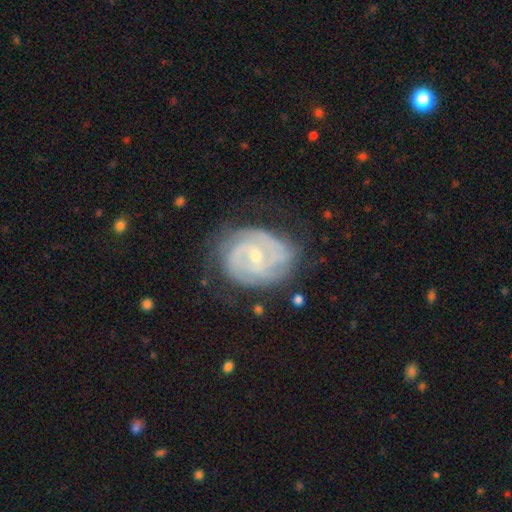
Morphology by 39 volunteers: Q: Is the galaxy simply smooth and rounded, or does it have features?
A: featured or disk — 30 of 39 (77%).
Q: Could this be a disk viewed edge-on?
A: no — 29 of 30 (97%).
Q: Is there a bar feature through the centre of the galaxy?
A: no — 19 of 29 (66%).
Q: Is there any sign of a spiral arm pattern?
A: yes — 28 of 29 (97%).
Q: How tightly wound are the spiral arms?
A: tight — 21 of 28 (75%).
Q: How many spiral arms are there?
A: can't tell — 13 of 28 (46%).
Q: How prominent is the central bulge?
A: moderate — 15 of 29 (52%).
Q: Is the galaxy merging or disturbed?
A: none — 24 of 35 (69%).